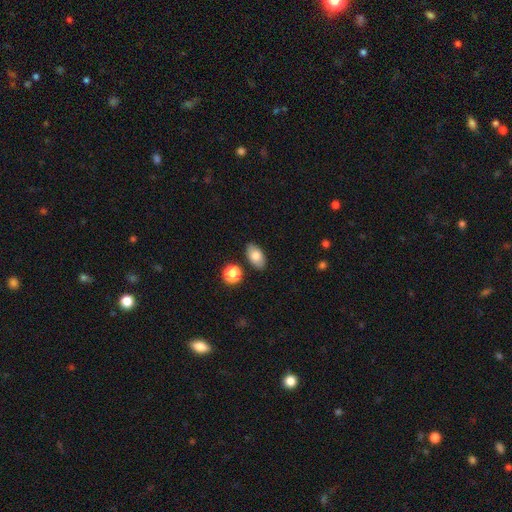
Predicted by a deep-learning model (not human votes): Smooth or featured? Predicted: smooth (p=0.79). How rounded? Predicted: in between (p=0.91). Merging? Predicted: none (p=0.84).